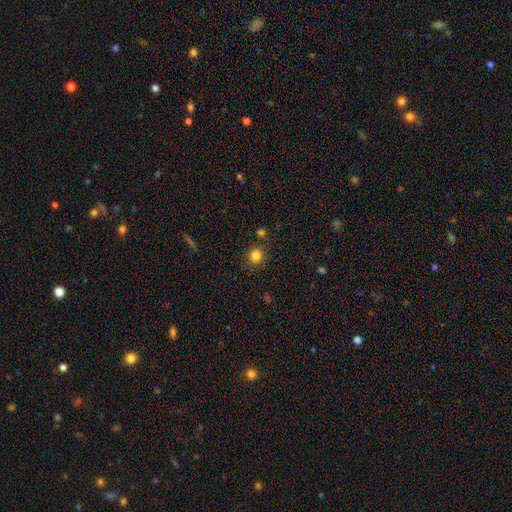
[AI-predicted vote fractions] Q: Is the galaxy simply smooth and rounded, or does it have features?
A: smooth — 82%.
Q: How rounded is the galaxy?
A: round — 89%.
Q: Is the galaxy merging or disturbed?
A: none — 85%.